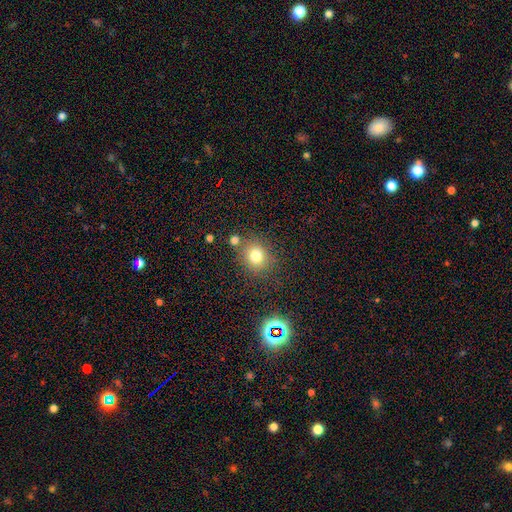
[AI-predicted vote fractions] Overall: smooth (77%). How rounded: round (82%). Merging: none (77%).